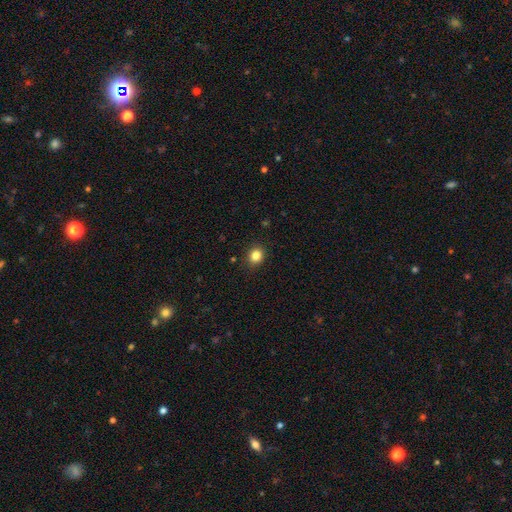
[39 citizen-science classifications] smooth 82%, star or artifact 10%, featured or disk 8%. Down the decision tree: how rounded — round (72%); merging — none (94%).